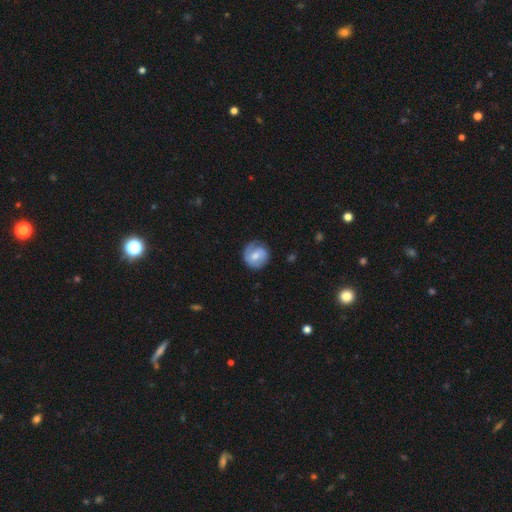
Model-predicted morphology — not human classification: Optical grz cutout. It shows a featured or disk galaxy (57%) with a weak bar (47%), spiral arms (83%) and a moderate central bulge (59%). Merging: none (71%).